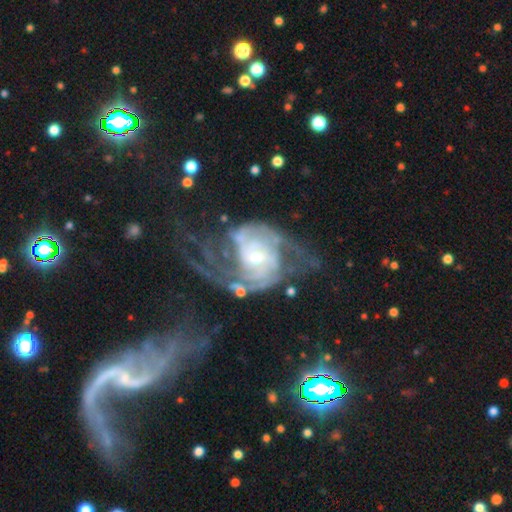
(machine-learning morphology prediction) This appears to be a featured or disk galaxy (89%) with no bar (65%), 2 (51%) medium (42%) spiral arms (95%) and a small central bulge (51%). Merging: none (38%, tied with major disturbance).